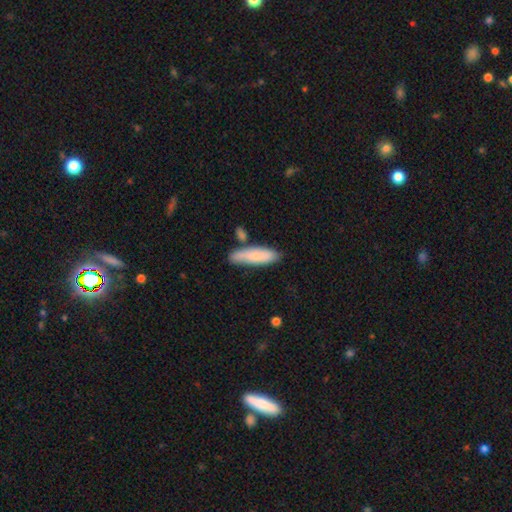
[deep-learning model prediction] Smooth or featured?
  - smooth: 78% *
  - featured or disk: 16%
  - star or artifact: 6%
How rounded?
  - cigar-shaped: 62% *
  - in between: 36%
  - round: 2%
Merging?
  - none: 68% *
  - minor disturbance: 19%
  - merger: 10%
  - major disturbance: 4%